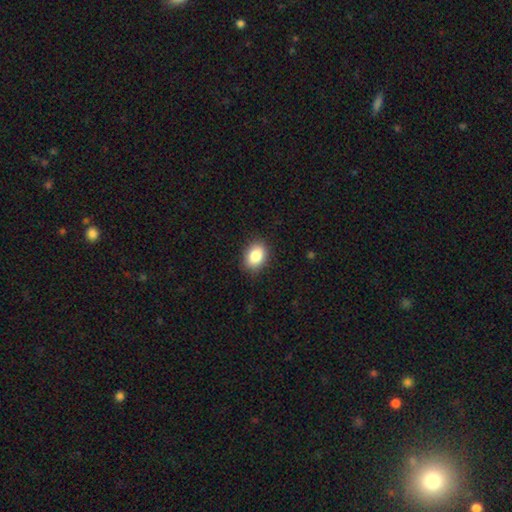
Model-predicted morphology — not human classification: Smooth or featured?
  - smooth: 86% *
  - star or artifact: 8%
  - featured or disk: 6%
How rounded?
  - in between: 72% *
  - round: 27%
  - cigar-shaped: 1%
Merging?
  - none: 87% *
  - minor disturbance: 10%
  - major disturbance: 2%
  - merger: 1%